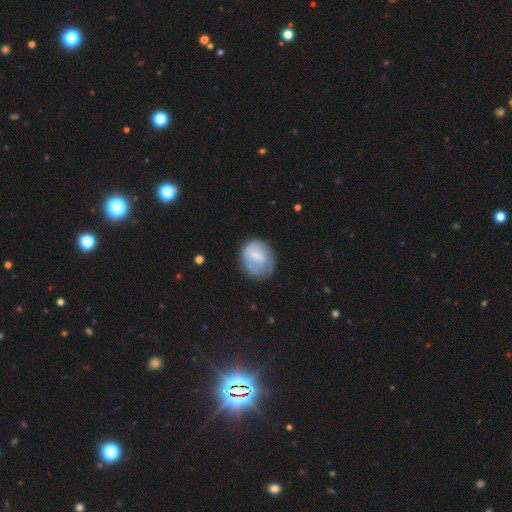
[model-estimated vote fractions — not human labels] This appears to be a smooth galaxy with no disk features (57%) that is round (68%). Merging: none (54%).